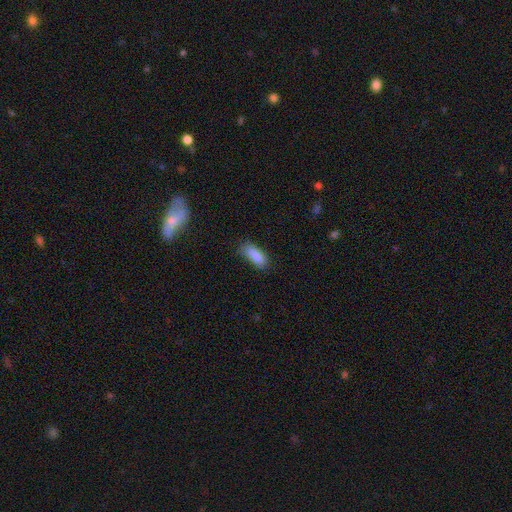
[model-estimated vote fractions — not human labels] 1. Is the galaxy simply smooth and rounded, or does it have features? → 87% smooth, 7% star or artifact, 6% featured or disk.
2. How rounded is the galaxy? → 78% in between, 20% cigar-shaped, 2% round.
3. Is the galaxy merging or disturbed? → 70% none, 23% minor disturbance, 5% major disturbance, 2% merger.